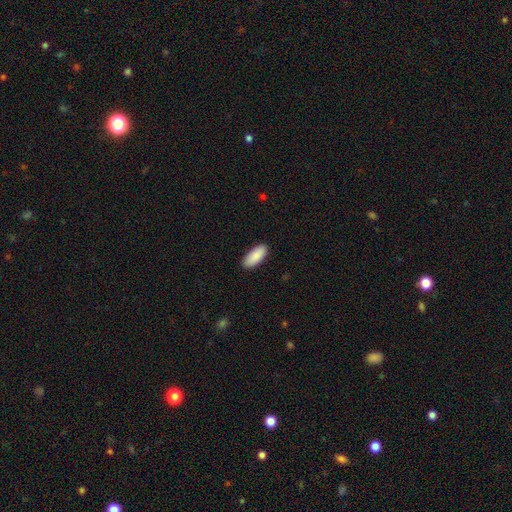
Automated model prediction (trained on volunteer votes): Morphology: type=smooth (90%); roundness=in between (87%); merging=none (89%).